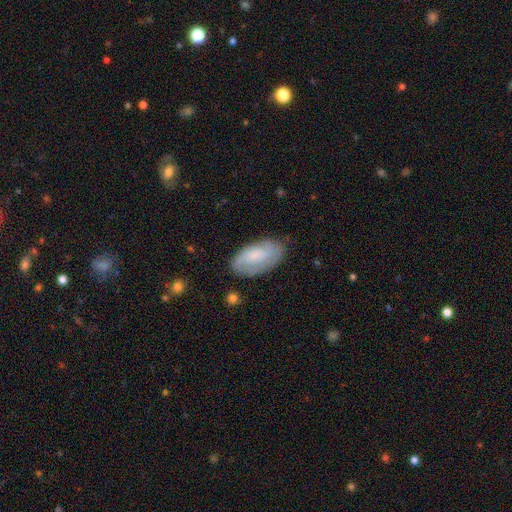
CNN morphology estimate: smooth_or_featured: smooth (p=0.51) [alt: featured or disk p=0.42]
how_rounded: in between (p=0.93) [alt: cigar-shaped p=0.04]
merging: none (p=0.71) [alt: minor disturbance p=0.21]